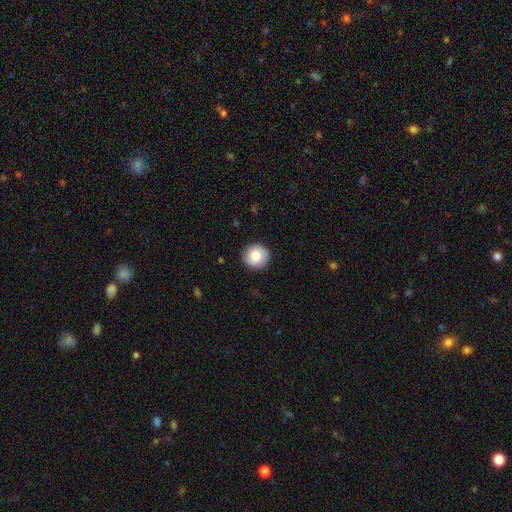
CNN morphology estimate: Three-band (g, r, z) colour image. It shows a smooth galaxy with no disk features (82%) that is round (93%). Merging: none (91%).